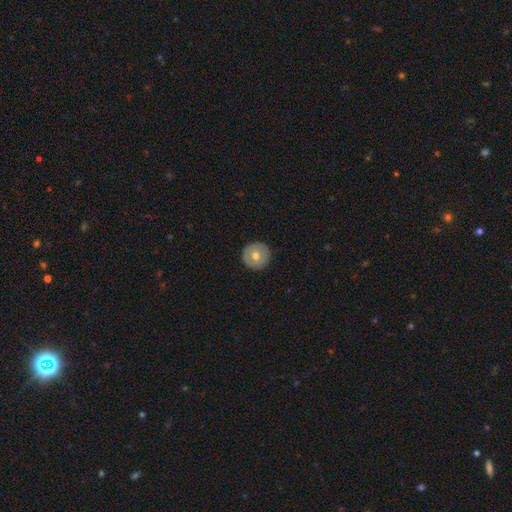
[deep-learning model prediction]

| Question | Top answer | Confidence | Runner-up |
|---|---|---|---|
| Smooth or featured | smooth | 62% | featured or disk (32%) |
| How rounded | round | 96% | in between (3%) |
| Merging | none | 92% | minor disturbance (6%) |